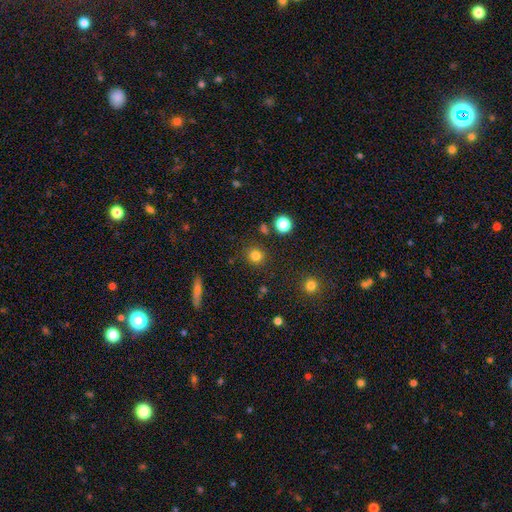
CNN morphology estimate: type=smooth (81%); roundness=round (91%); merging=none (88%).